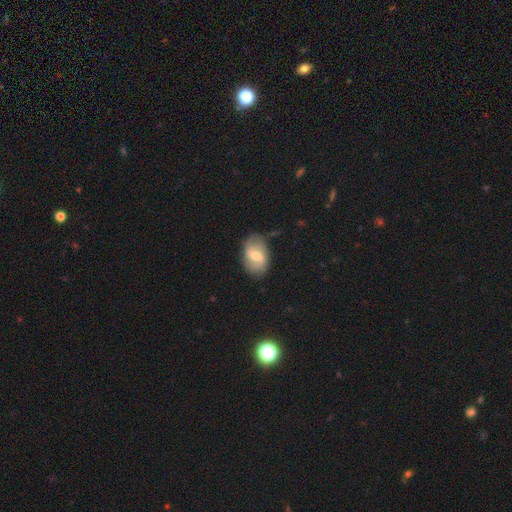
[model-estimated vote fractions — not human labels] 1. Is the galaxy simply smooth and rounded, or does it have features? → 52% featured or disk, 41% smooth, 7% star or artifact.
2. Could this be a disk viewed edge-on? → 95% no, 5% yes.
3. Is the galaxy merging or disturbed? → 69% none, 23% minor disturbance, 7% major disturbance, 2% merger.